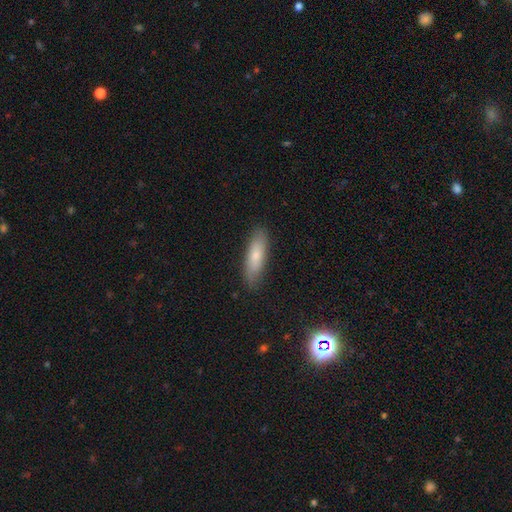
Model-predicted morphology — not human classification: Q: Smooth or featured?
A: smooth (74%); runner-up: featured or disk (19%)
Q: How rounded?
A: cigar-shaped (56%); runner-up: in between (42%)
Q: Merging?
A: none (84%); runner-up: minor disturbance (12%)